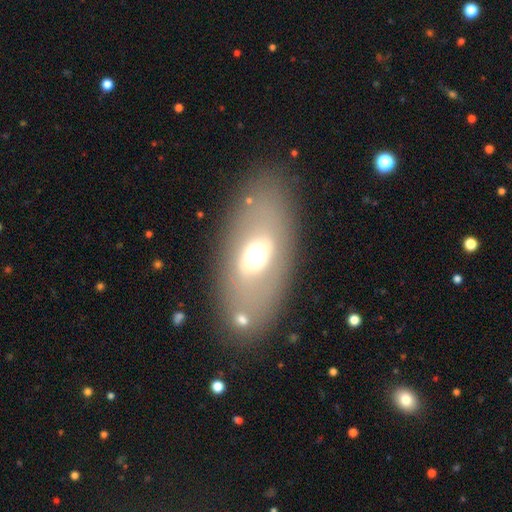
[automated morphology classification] type=smooth (51%); roundness=in between (86%); merging=none (79%).